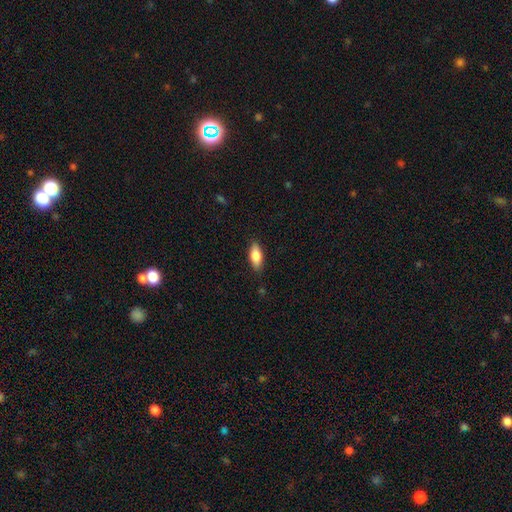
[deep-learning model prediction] Smooth or featured? Predicted: smooth (p=0.79). How rounded? Predicted: in between (p=0.80). Merging? Predicted: none (p=0.85).